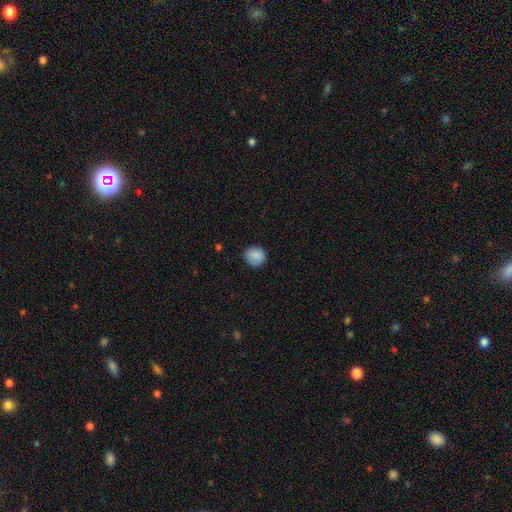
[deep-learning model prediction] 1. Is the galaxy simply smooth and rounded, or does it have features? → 88% smooth, 8% star or artifact, 4% featured or disk.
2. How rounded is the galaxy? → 87% round, 12% in between, 1% cigar-shaped.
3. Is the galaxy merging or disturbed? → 86% none, 10% minor disturbance, 2% major disturbance, 1% merger.